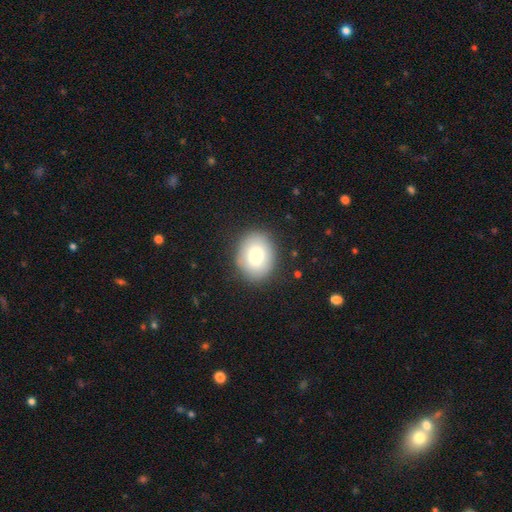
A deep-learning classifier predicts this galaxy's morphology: This appears to be a smooth galaxy with no disk features (78%) that is round (52%). Merging: none (85%).